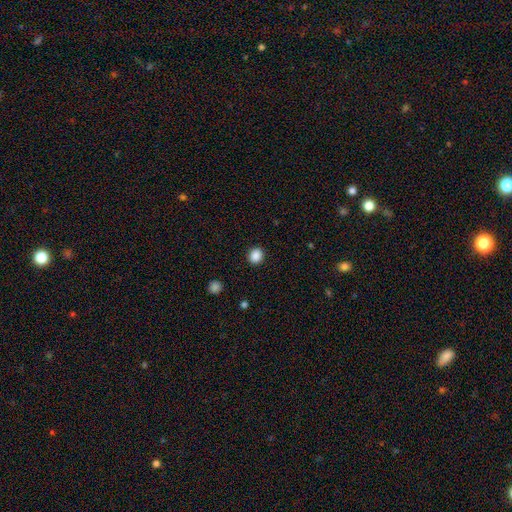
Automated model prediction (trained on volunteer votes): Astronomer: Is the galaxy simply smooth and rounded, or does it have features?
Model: smooth — 88%.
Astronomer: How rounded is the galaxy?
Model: round — 79%.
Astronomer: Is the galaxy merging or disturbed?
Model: none — 91%.